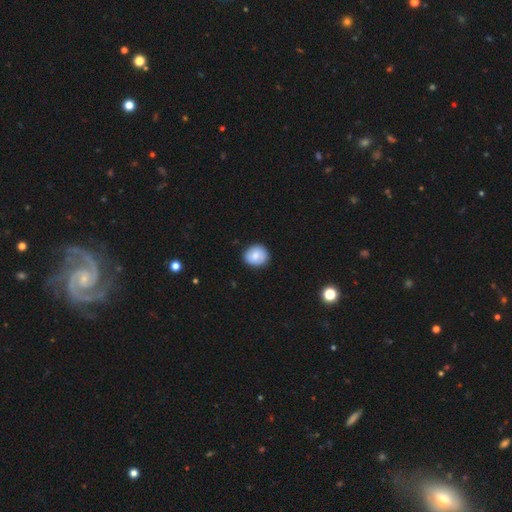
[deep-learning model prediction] A smooth galaxy with no disk features (72%) that is round (81%).

Vote fractions:
- Smooth or featured? smooth: 72% / featured or disk: 20% / star or artifact: 7%
- How rounded? round: 81% / in between: 18% / cigar-shaped: 1%
- Merging? none: 87% / minor disturbance: 9% / major disturbance: 2% / merger: 1%